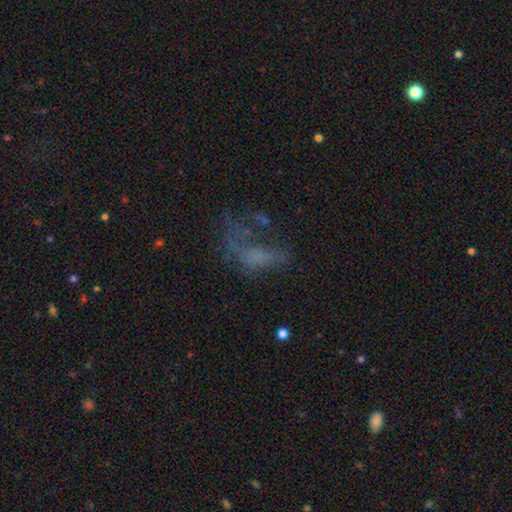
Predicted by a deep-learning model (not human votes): A featured or disk galaxy (38%). Merging: major disturbance (49%).